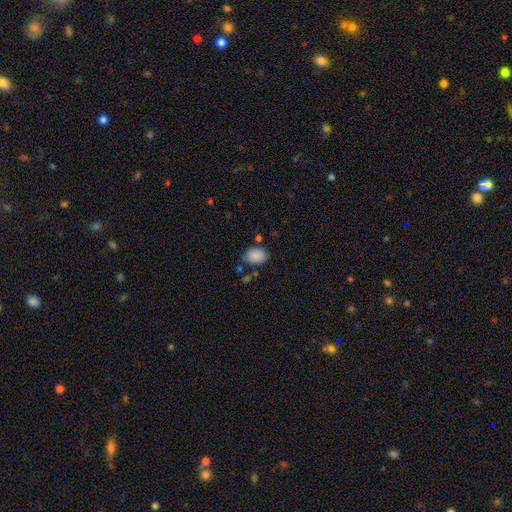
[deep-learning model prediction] smooth 88%, star or artifact 8%, featured or disk 4%. Down the decision tree: how rounded — in between (70%); merging — none (73%).